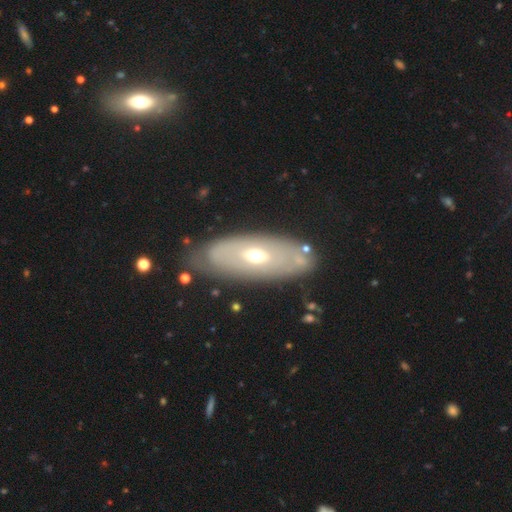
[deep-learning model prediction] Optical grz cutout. It shows a featured or disk galaxy (61%). Merging: none (80%).